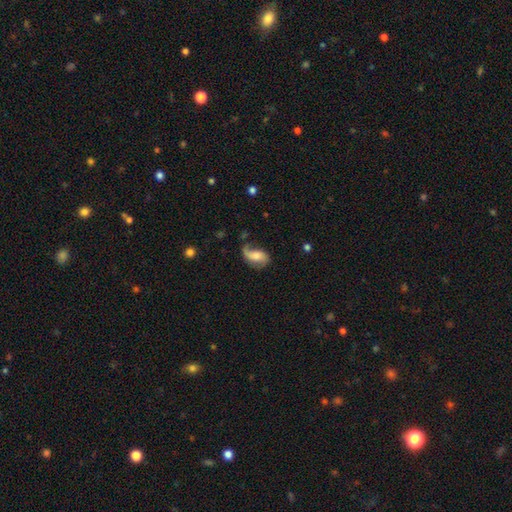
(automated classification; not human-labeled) Smooth or featured? Predicted: featured or disk (p=0.64). Edge-on disk? Predicted: no (p=0.96). Bar? Predicted: no (p=0.53). Spiral arms? Predicted: yes (p=0.91). Spiral winding? Predicted: loose (p=0.67). Spiral arm count? Predicted: 2 (p=0.64). Bulge size? Predicted: moderate (p=0.43). Merging? Predicted: none (p=0.47).